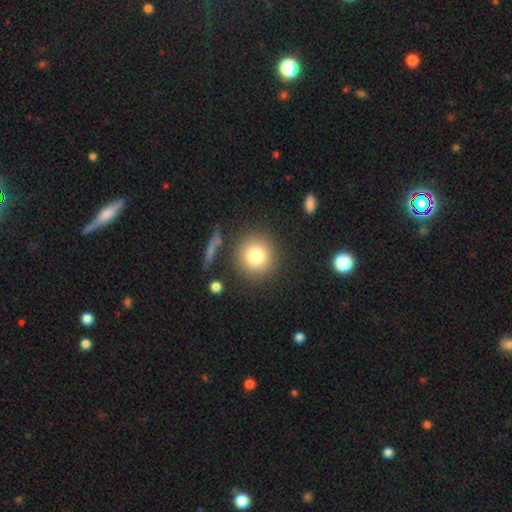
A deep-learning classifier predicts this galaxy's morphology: A smooth galaxy with no disk features (79%) that is round (92%).

Vote fractions:
- Smooth or featured? smooth: 79% / star or artifact: 11% / featured or disk: 10%
- How rounded? round: 92% / in between: 7% / cigar-shaped: 1%
- Merging? none: 85% / minor disturbance: 8% / merger: 4% / major disturbance: 3%